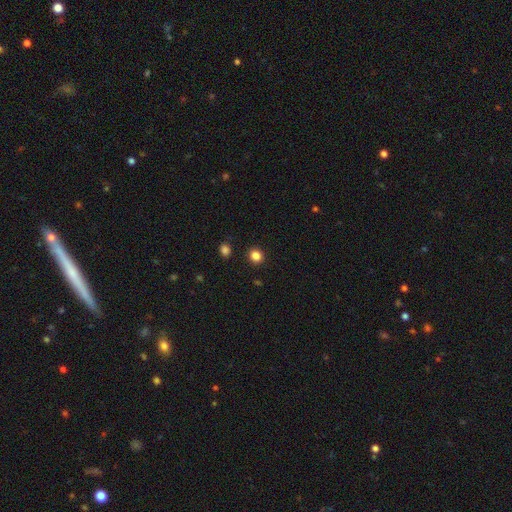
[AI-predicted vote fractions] smooth 84%, star or artifact 12%, featured or disk 4%. Down the decision tree: how rounded — round (85%); merging — none (91%).